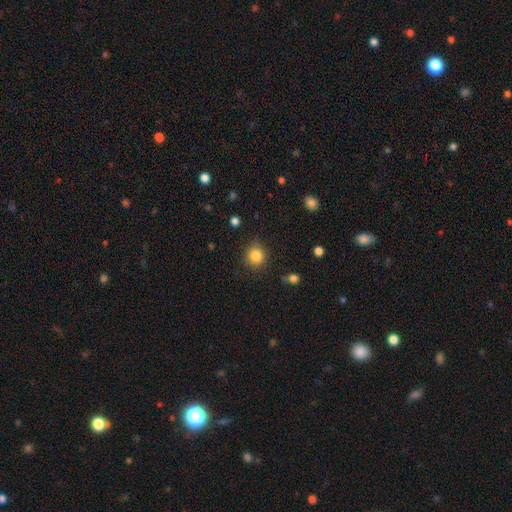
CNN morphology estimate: The model was most divided on "merging": none: 82%, minor disturbance: 12%, major disturbance: 3%, merger: 2%. More confident: how rounded — round (88%); smooth or featured — smooth (84%).